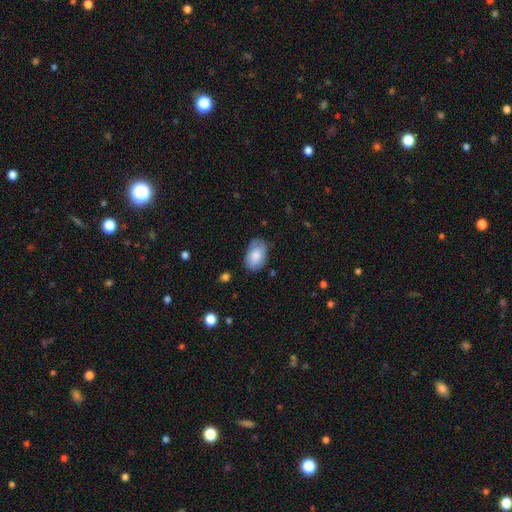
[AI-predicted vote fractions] A smooth galaxy with no disk features (78%) that is in between round and cigar-shaped (90%). Merging: none (70%).